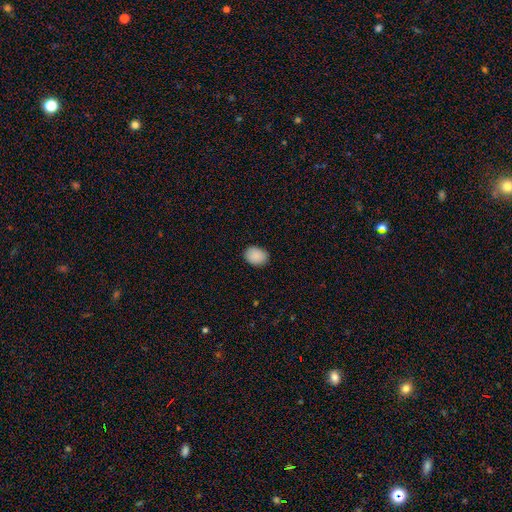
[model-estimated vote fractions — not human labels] Morphology: type=smooth (90%); roundness=in between (68%); merging=none (87%).